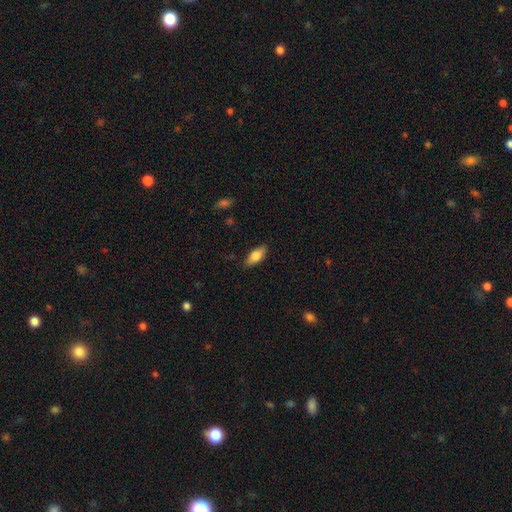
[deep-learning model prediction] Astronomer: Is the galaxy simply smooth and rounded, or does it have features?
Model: smooth — 77%.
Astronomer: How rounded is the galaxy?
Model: in between — 82%.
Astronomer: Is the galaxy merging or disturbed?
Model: none — 85%.